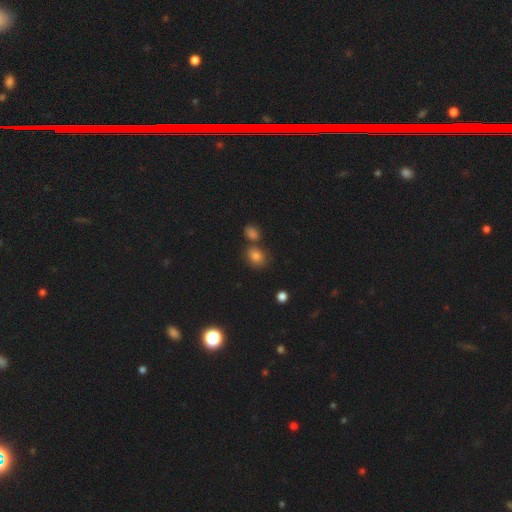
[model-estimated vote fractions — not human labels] Smooth or featured? Predicted: smooth (p=0.80). How rounded? Predicted: round (p=0.61). Merging? Predicted: none (p=0.62).